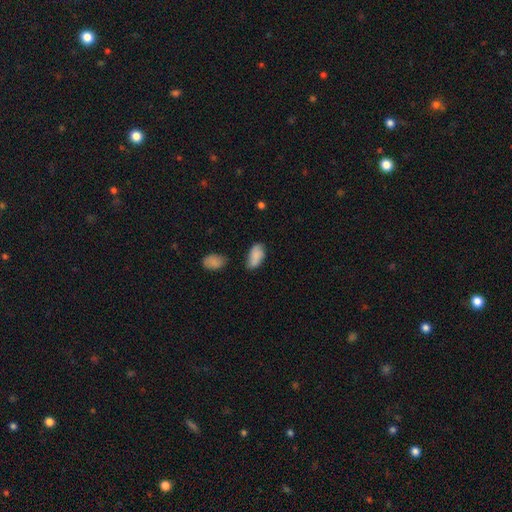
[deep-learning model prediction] Overall: smooth (81%). How rounded: in between (93%). Merging: none (61%; minor disturbance 26%).